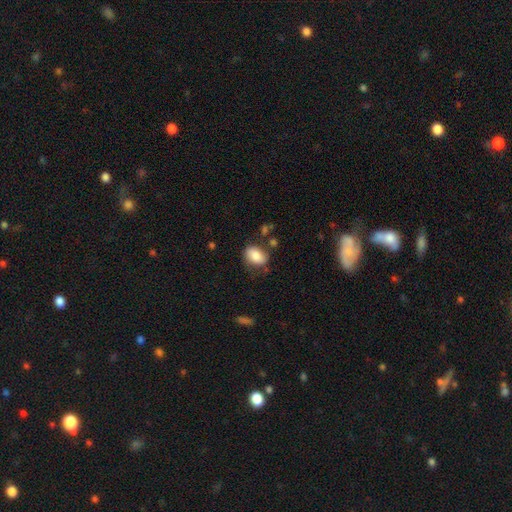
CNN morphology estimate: This is likely a smooth galaxy (80%). How rounded: likely in between (78%). Merging: likely none (64%).